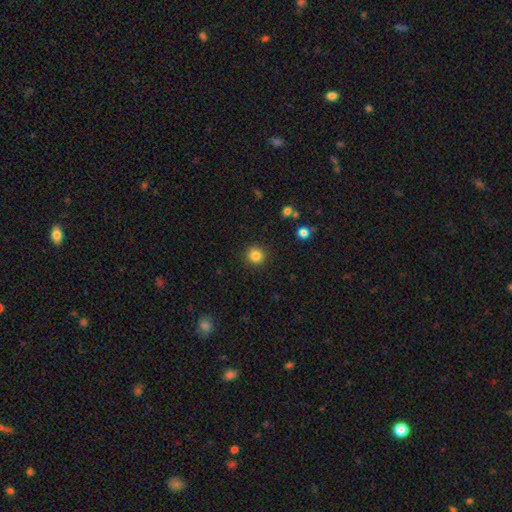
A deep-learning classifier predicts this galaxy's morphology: The model was most divided on "smooth or featured": smooth: 84%, star or artifact: 12%, featured or disk: 5%. More confident: how rounded — round (91%); merging — none (91%).